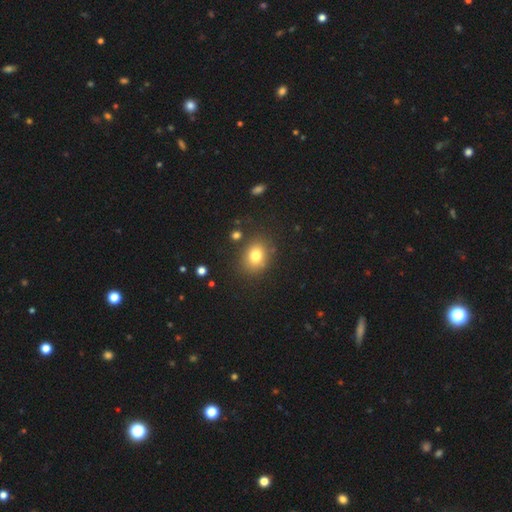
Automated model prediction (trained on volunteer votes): Smooth or featured?
  - smooth: 78% *
  - star or artifact: 13%
  - featured or disk: 10%
How rounded?
  - round: 56% *
  - in between: 43%
  - cigar-shaped: 1%
Merging?
  - none: 81% *
  - minor disturbance: 11%
  - major disturbance: 4%
  - merger: 4%